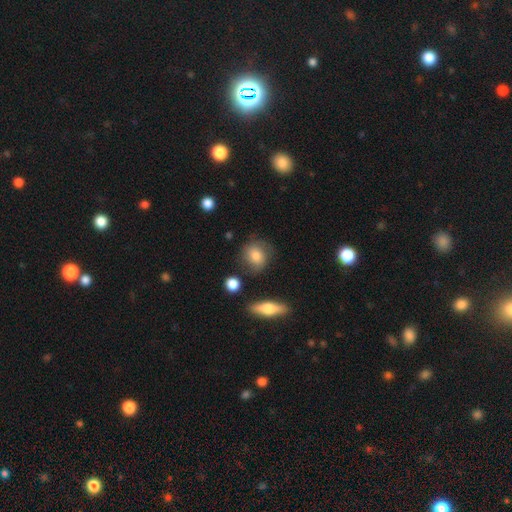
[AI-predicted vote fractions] Overall: smooth (66%). How rounded: round (69%). Merging: none (69%).